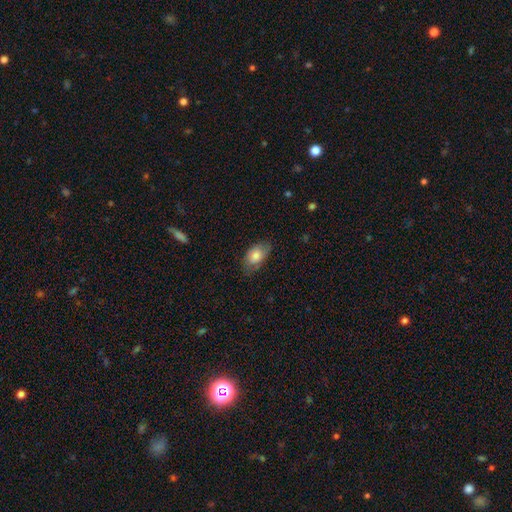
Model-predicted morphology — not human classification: smooth-or-featured: smooth: 77% | featured or disk: 17% | star or artifact: 7%
  how-rounded: in between: 91% | round: 7% | cigar-shaped: 2%
  merging: none: 71% | minor disturbance: 23% | major disturbance: 6% | merger: 1%